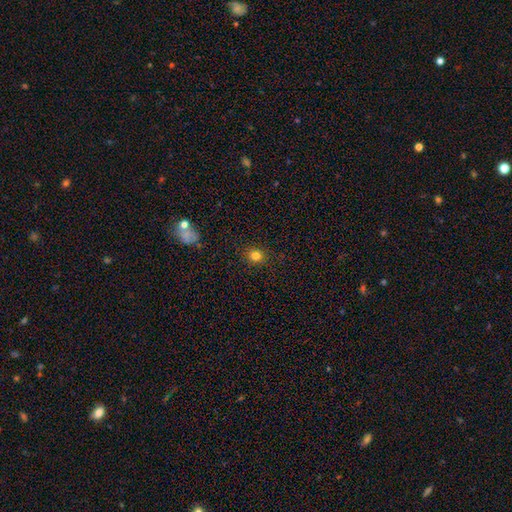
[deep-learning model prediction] This appears to be a smooth galaxy with no disk features (80%) that is round (87%). Merging: none (89%).